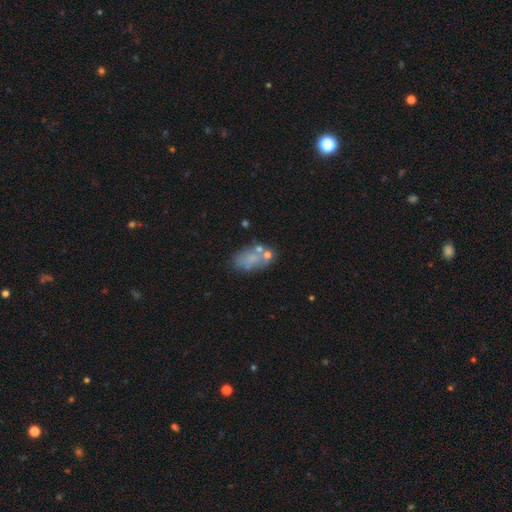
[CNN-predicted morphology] smooth 53%, featured or disk 30%, star or artifact 17%. Down the decision tree: how rounded — in between (86%); merging — none (52%).